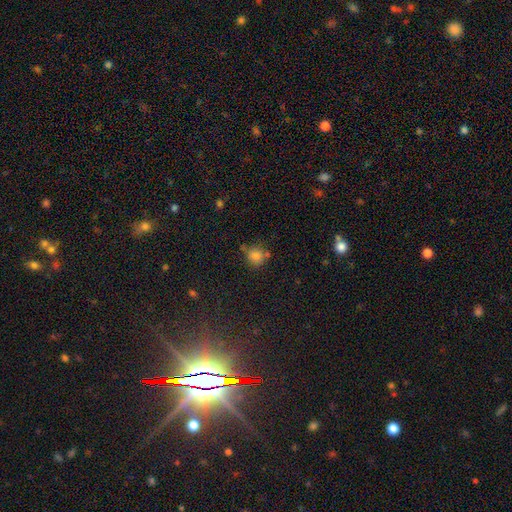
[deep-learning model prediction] Overall: smooth (77%). How rounded: round (83%). Merging: none (63%).